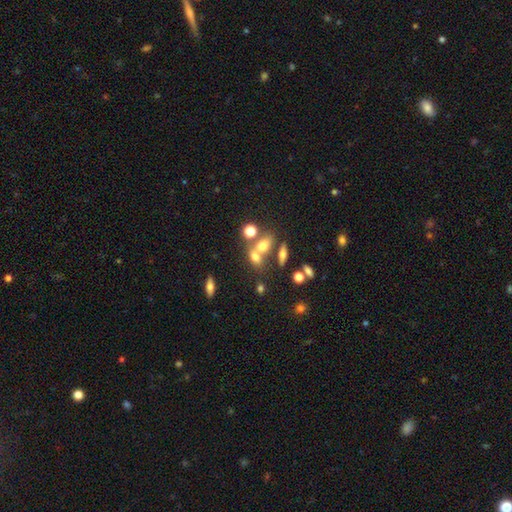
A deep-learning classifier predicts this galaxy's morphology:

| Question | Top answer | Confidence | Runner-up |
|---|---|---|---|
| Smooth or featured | smooth | 60% | featured or disk (22%) |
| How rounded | in between | 64% | round (29%) |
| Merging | merger | 45% | none (39%) |